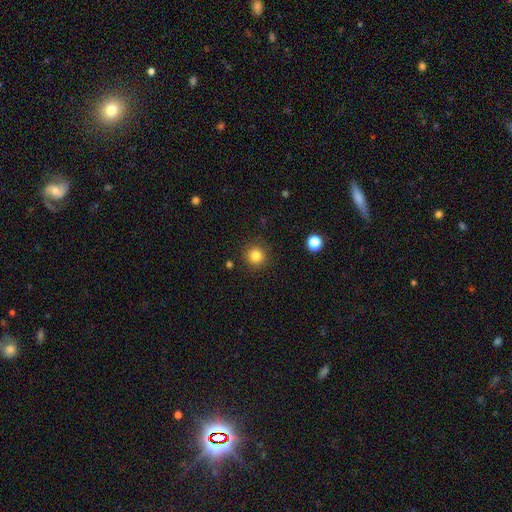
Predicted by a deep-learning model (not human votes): Morphology: type=smooth (83%); roundness=round (94%); merging=none (89%).